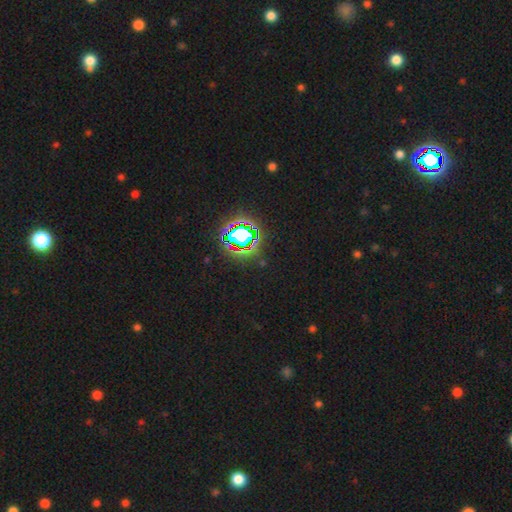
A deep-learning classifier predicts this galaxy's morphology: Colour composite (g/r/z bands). It shows a star or artifact, not a galaxy (81%).